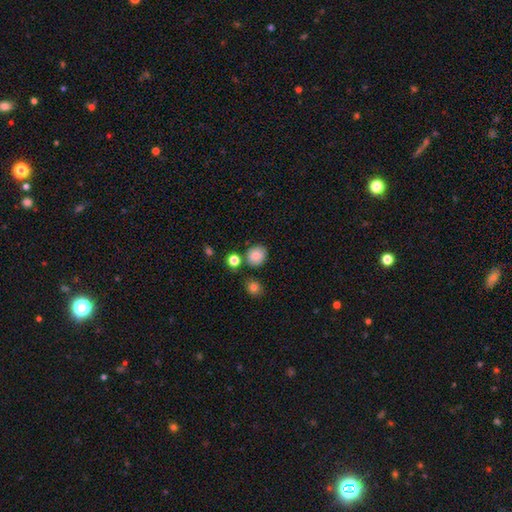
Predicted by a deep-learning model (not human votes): Morphology: type=smooth (84%); roundness=round (74%); merging=none (76%).